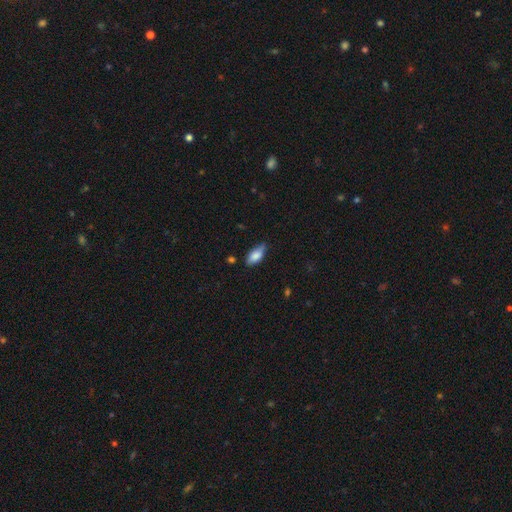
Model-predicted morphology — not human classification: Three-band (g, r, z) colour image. It shows a smooth galaxy with no disk features (82%) that is in between round and cigar-shaped (86%). Merging: none (69%).